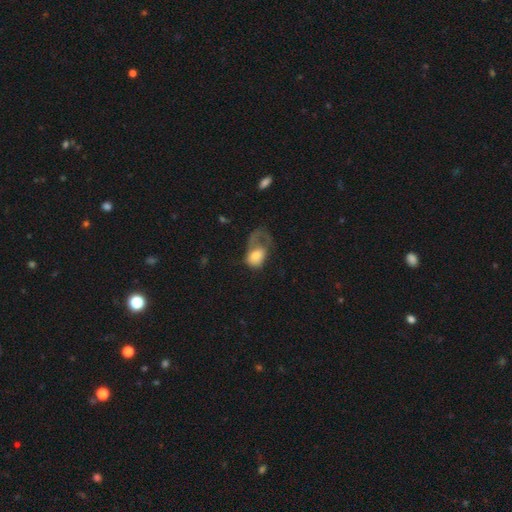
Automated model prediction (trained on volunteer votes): Smooth or featured: smooth — 62% (featured or disk — 30%)
How rounded: in between — 74% (round — 25%)
Merging: major disturbance — 70% (minor disturbance — 14%)